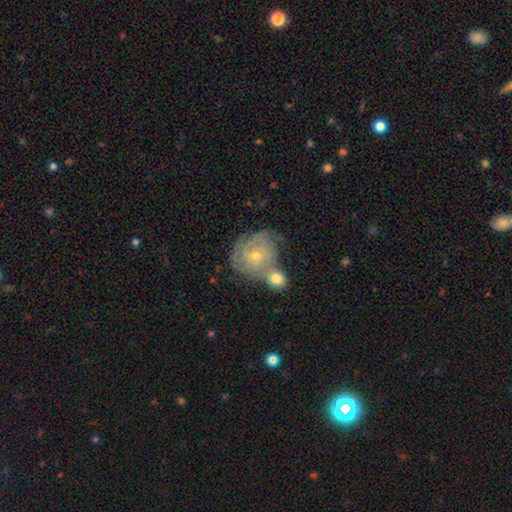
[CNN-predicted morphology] This appears to be a featured or disk galaxy (73%) with no bar (72%), tight (71%) spiral arms (92%) and a small central bulge (69%). Merging: none (44%).